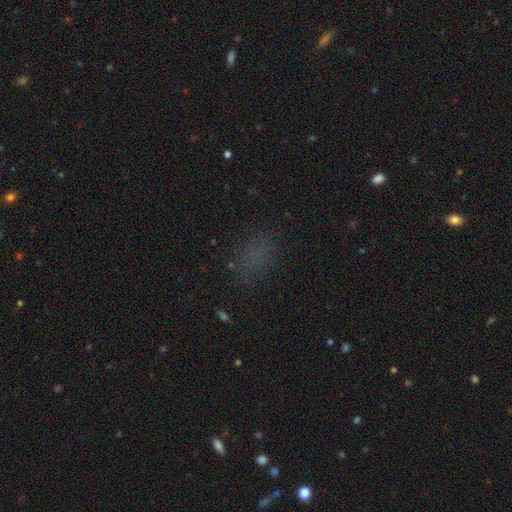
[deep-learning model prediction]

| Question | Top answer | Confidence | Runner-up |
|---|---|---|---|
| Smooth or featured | smooth | 62% | star or artifact (28%) |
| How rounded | in between | 76% | round (19%) |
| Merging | none | 74% | minor disturbance (15%) |